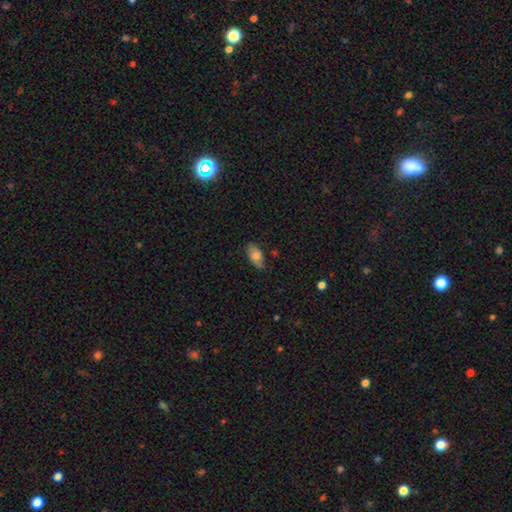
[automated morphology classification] This is likely a smooth galaxy (71%). How rounded: clearly in between (91%). Merging: likely none (75%).